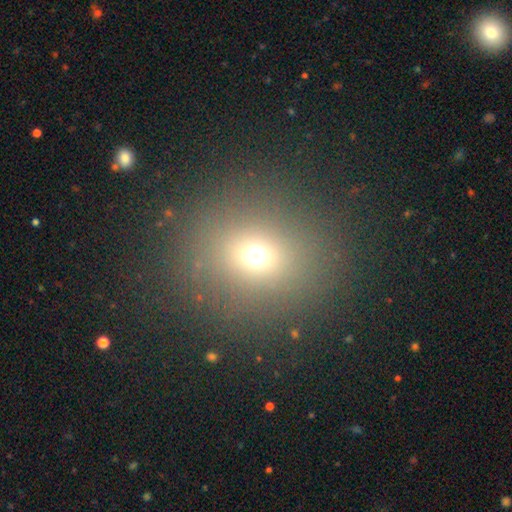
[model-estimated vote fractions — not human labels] The model was most divided on "smooth or featured": smooth: 66%, star or artifact: 24%, featured or disk: 10%. More confident: merging — none (84%); how rounded — round (79%).